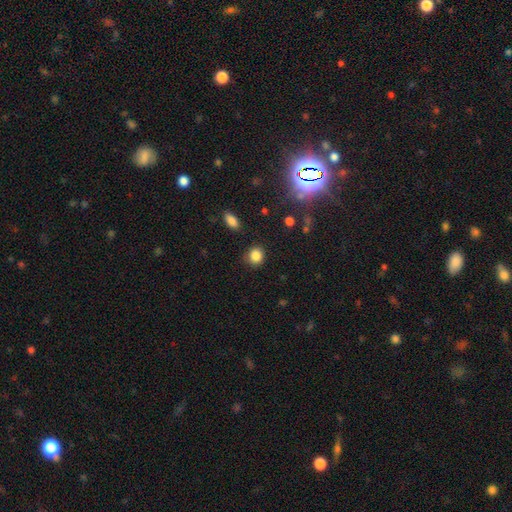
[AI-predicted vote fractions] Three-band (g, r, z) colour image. It shows a smooth galaxy with no disk features (85%) that is round (80%). Merging: none (83%).